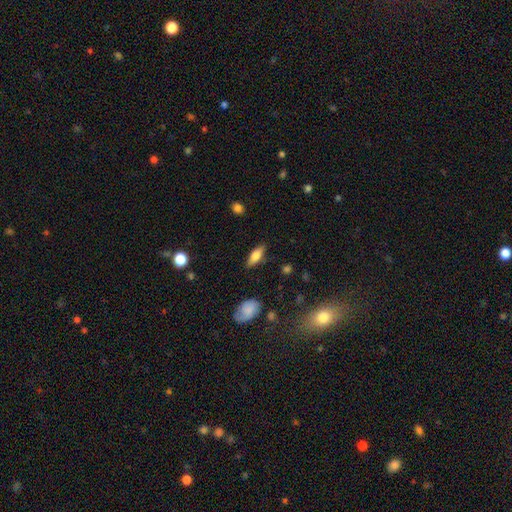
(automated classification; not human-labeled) A smooth galaxy with no disk features (61%) that is in between round and cigar-shaped (65%). Merging: none (84%).